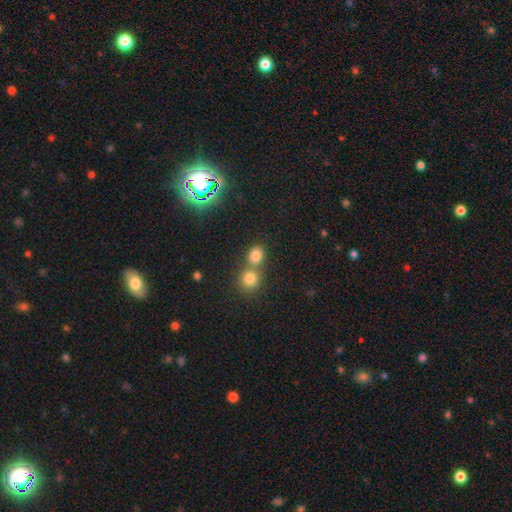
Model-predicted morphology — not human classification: This appears to be a smooth galaxy with no disk features (78%) that is round (71%). Merging: none (46%).